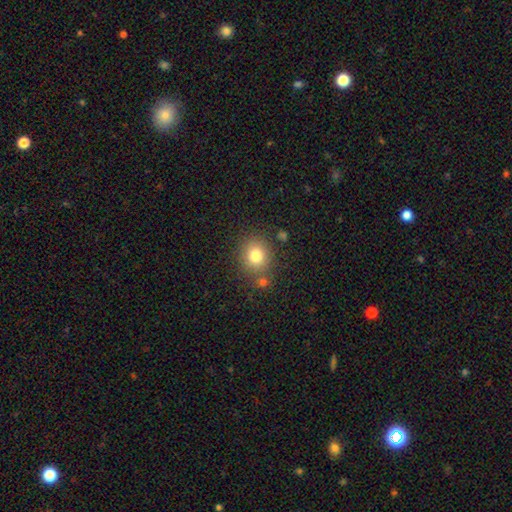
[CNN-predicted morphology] Smooth or featured: smooth — 79% (star or artifact — 12%)
How rounded: round — 80% (in between — 19%)
Merging: none — 77% (minor disturbance — 11%)